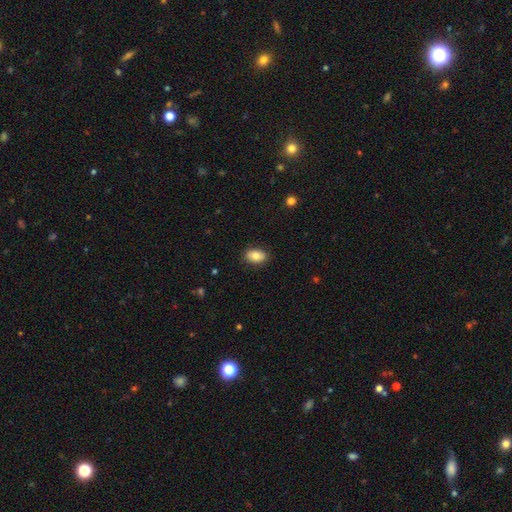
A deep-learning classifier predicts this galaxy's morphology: Smooth or featured?
  - smooth: 83% *
  - featured or disk: 9%
  - star or artifact: 8%
How rounded?
  - in between: 86% *
  - round: 12%
  - cigar-shaped: 1%
Merging?
  - none: 86% *
  - minor disturbance: 11%
  - major disturbance: 2%
  - merger: 1%